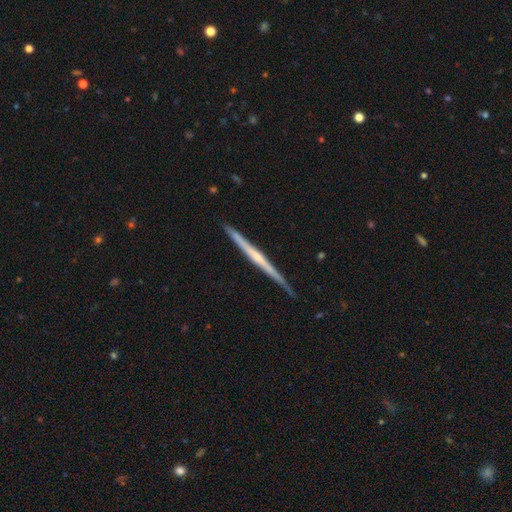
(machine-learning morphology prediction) Smooth or featured? featured or disk (74%)
Edge-on disk? yes (98%)
Edge-on bulge? rounded (48%)
Merging? none (90%)